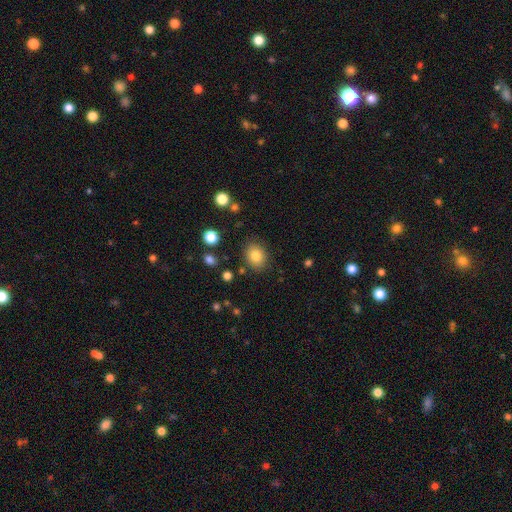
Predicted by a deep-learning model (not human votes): A smooth galaxy with no disk features (81%) that is in between round and cigar-shaped (50%).

Vote fractions:
- Smooth or featured? smooth: 81% / star or artifact: 10% / featured or disk: 9%
- How rounded? in between: 50% / round: 49% / cigar-shaped: 1%
- Merging? none: 84% / minor disturbance: 10% / major disturbance: 3% / merger: 2%